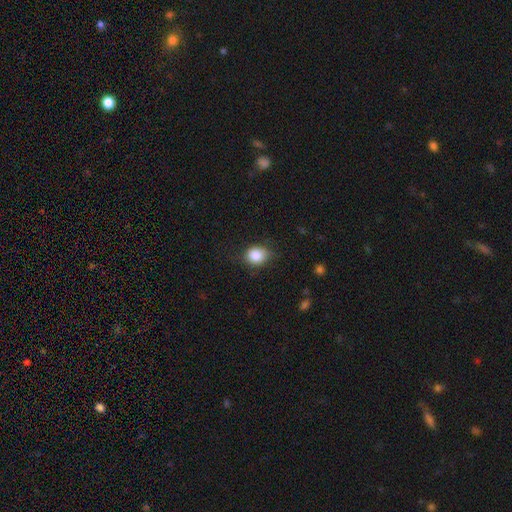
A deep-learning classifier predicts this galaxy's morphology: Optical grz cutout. It shows a smooth galaxy with no disk features (85%) that is round (65%). Merging: none (71%).